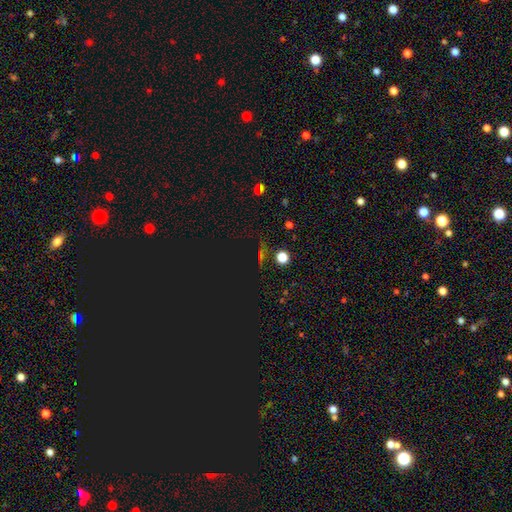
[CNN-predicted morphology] This appears to be a star or artifact, not a galaxy (59%).